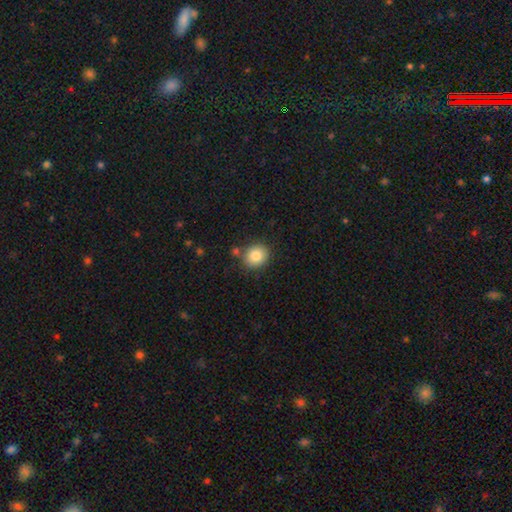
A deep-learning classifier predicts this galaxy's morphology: smooth_or_featured: smooth (p=0.84) [alt: star or artifact p=0.09]
how_rounded: round (p=0.80) [alt: in between p=0.19]
merging: none (p=0.80) [alt: minor disturbance p=0.10]